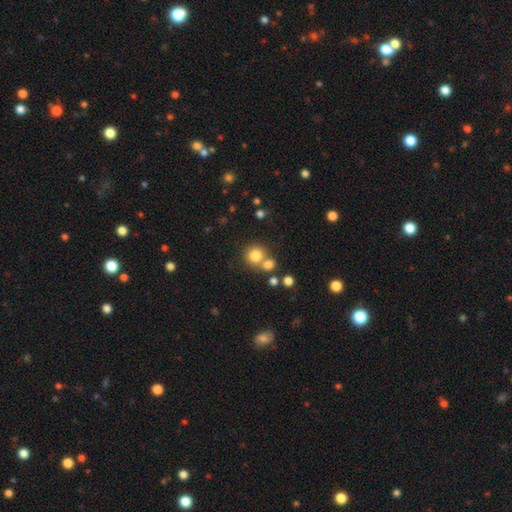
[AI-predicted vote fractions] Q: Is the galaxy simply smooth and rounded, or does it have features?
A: smooth — 78%.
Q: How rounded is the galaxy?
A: round — 88%.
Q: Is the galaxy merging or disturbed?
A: none — 56%.